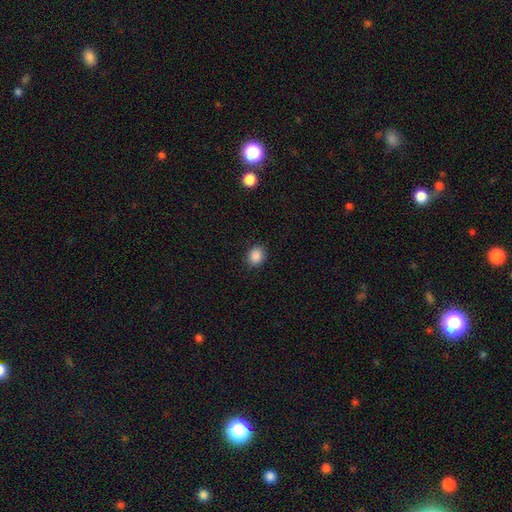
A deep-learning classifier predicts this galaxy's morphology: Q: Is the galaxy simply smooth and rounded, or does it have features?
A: smooth — 88%.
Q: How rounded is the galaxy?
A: round — 58%.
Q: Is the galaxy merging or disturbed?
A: none — 89%.